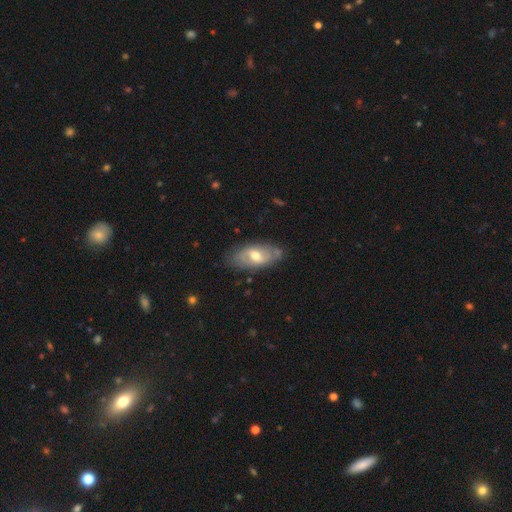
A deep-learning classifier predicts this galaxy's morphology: Smooth or featured? Predicted: featured or disk (p=0.59). Edge-on disk? Predicted: no (p=0.89). Bar? Predicted: weak (p=0.47). Spiral arms? Predicted: yes (p=0.65). Bulge size? Predicted: moderate (p=0.73). Merging? Predicted: none (p=0.75).